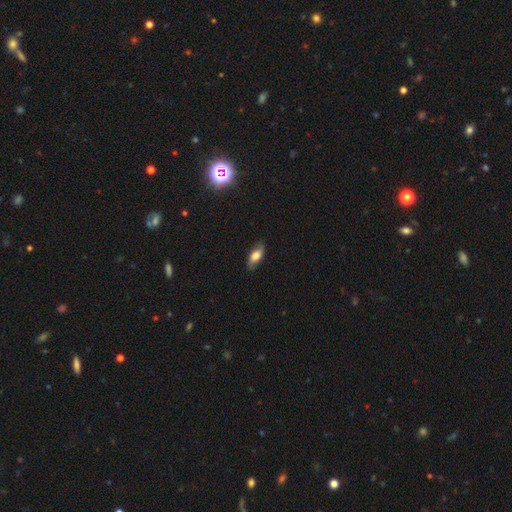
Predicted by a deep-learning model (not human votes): Smooth or featured?
  - smooth: 68% *
  - featured or disk: 25%
  - star or artifact: 7%
How rounded?
  - in between: 82% *
  - cigar-shaped: 14%
  - round: 4%
Merging?
  - none: 81% *
  - minor disturbance: 15%
  - major disturbance: 3%
  - merger: 1%